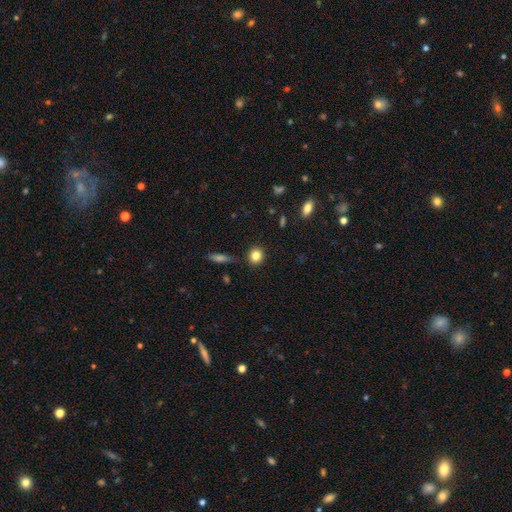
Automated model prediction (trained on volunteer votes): smooth-or-featured: smooth: 83% | star or artifact: 11% | featured or disk: 7%
  how-rounded: round: 85% | in between: 13% | cigar-shaped: 1%
  merging: none: 88% | minor disturbance: 8% | major disturbance: 2% | merger: 2%